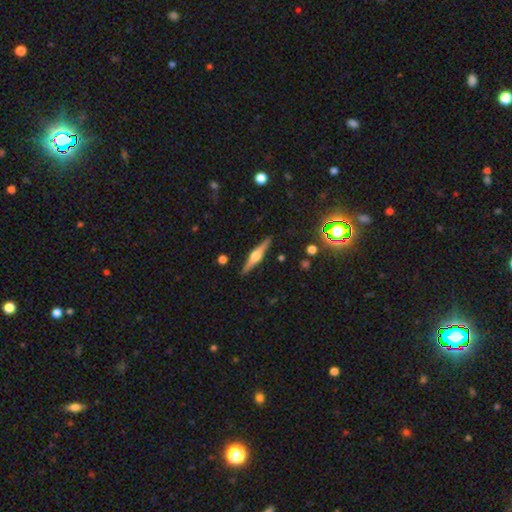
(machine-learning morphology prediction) type=featured or disk (76%); edge-on=yes (98%); edge-on bulge=rounded (91%); merging=none (91%).